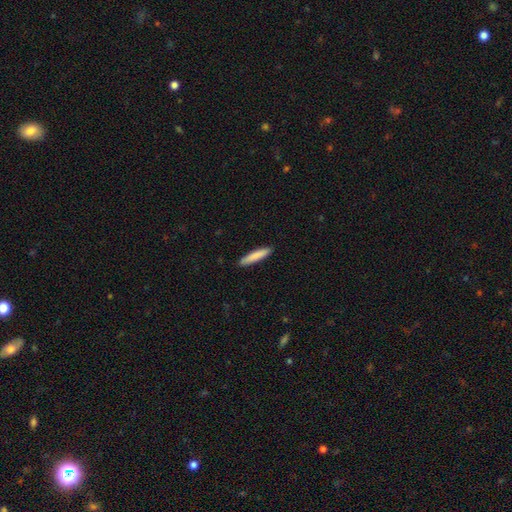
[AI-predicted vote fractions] smooth 85%, featured or disk 10%, star or artifact 5%. Down the decision tree: how rounded — cigar-shaped (89%); merging — none (90%).